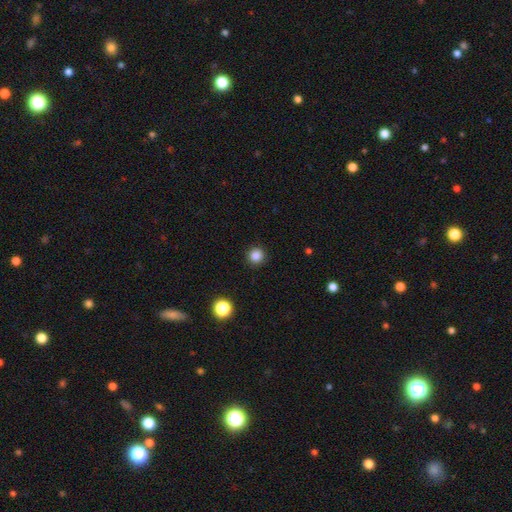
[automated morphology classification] Smooth or featured?
  - smooth: 85% *
  - star or artifact: 12%
  - featured or disk: 4%
How rounded?
  - round: 95% *
  - in between: 4%
  - cigar-shaped: 1%
Merging?
  - none: 92% *
  - minor disturbance: 5%
  - major disturbance: 2%
  - merger: 1%